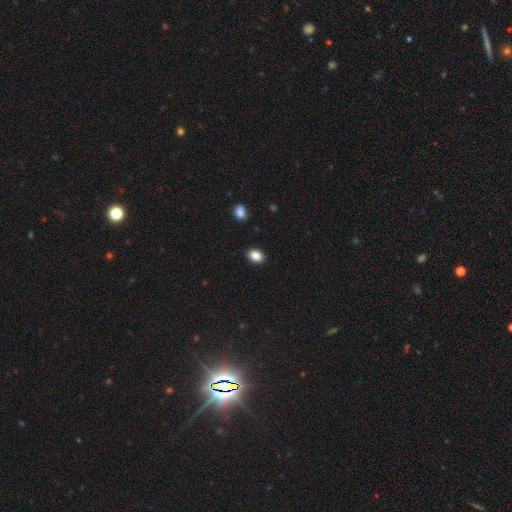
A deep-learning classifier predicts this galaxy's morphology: Smooth or featured?
  - smooth: 88% *
  - star or artifact: 9%
  - featured or disk: 4%
How rounded?
  - in between: 79% *
  - round: 20%
  - cigar-shaped: 1%
Merging?
  - none: 90% *
  - minor disturbance: 7%
  - major disturbance: 2%
  - merger: 1%